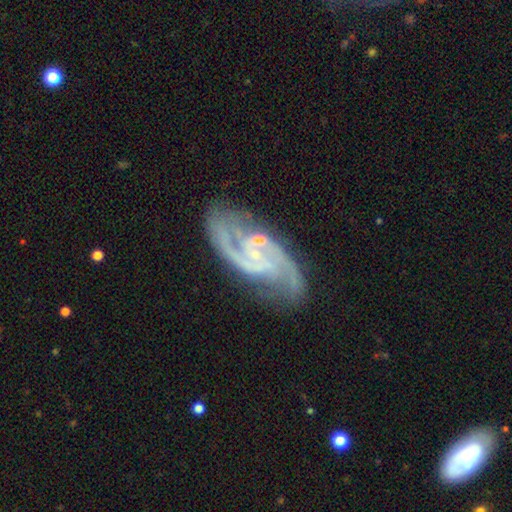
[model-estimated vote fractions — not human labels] Smooth or featured?
  - featured or disk: 89% *
  - star or artifact: 6%
  - smooth: 5%
Edge-on disk?
  - no: 96% *
  - yes: 4%
Bar?
  - no: 45% *
  - weak: 41%
  - strong: 13%
Spiral arms?
  - yes: 97% *
  - no: 3%
Spiral winding?
  - medium: 52% *
  - tight: 29%
  - loose: 18%
Spiral arm count?
  - 2: 70% *
  - 3: 13%
  - can't tell: 7%
  - 4: 3%
  - 1: 3%
  - more than 4: 3%
Bulge size?
  - small: 75% *
  - moderate: 14%
  - none: 9%
  - large: 1%
  - dominant: 1%
Merging?
  - none: 65% *
  - minor disturbance: 19%
  - major disturbance: 9%
  - merger: 7%